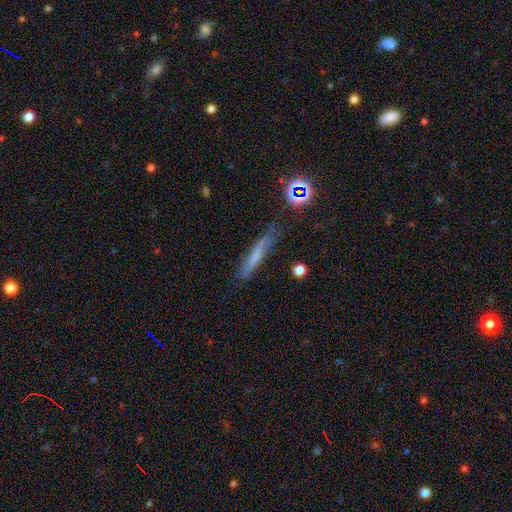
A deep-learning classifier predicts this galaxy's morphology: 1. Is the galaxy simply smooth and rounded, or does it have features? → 51% smooth, 33% featured or disk, 16% star or artifact.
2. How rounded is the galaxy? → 88% cigar-shaped, 8% in between, 4% round.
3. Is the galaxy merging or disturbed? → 70% none, 21% minor disturbance, 7% major disturbance, 3% merger.